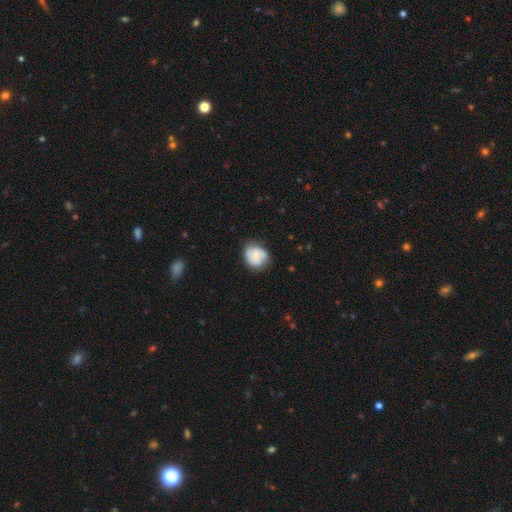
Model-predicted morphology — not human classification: Overall: featured or disk (52%; smooth 41%). Edge-on disk: no (98%). Bar: no (67%; weak 28%). Spiral arms: yes (80%). Bulge size: small (48%; moderate 42%). Merging: none (68%).